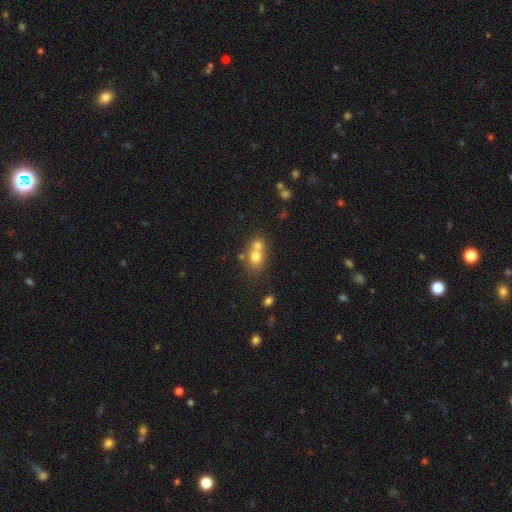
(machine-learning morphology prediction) The model was most divided on "how rounded": round: 59%, in between: 39%, cigar-shaped: 2%. More confident: smooth or featured — smooth (70%); merging — merger (60%).